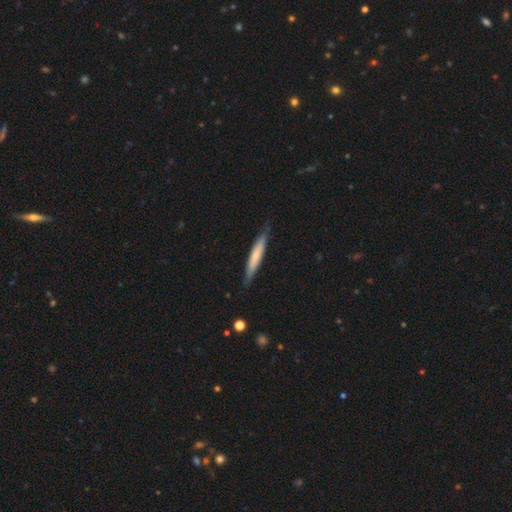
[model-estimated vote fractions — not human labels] Smooth or featured?
  - smooth: 64% *
  - featured or disk: 31%
  - star or artifact: 5%
How rounded?
  - cigar-shaped: 93% *
  - in between: 6%
  - round: 1%
Merging?
  - none: 82% *
  - minor disturbance: 15%
  - major disturbance: 2%
  - merger: 1%